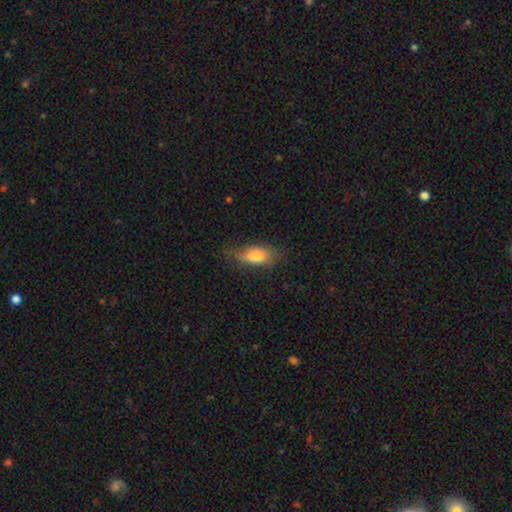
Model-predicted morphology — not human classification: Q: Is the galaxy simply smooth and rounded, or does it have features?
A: smooth — 75%.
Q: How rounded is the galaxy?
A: in between — 82%.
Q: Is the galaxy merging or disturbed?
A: none — 58%.